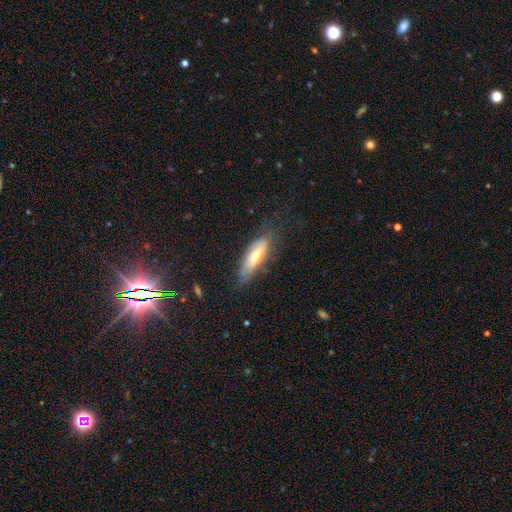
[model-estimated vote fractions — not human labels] Smooth or featured? smooth (48%)
Merging? none (67%)